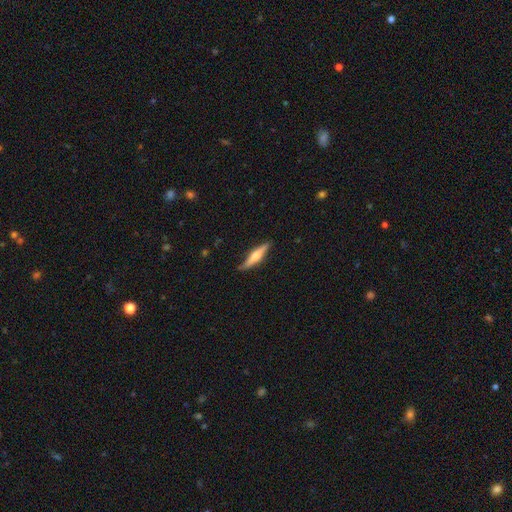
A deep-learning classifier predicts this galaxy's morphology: This is possibly a featured or disk galaxy (59%). It is clearly viewed edge-on (95%). Edge-on bulge: clearly rounded (82%). Merging: clearly none (82%).